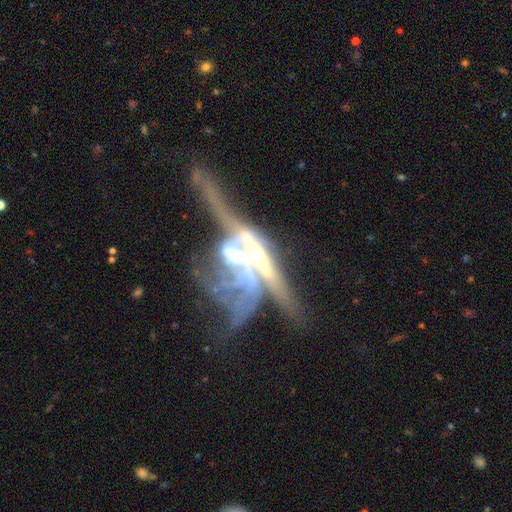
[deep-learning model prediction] This appears to be a featured or disk galaxy (79%) viewed edge-on (57%). Merging: merger (62%).